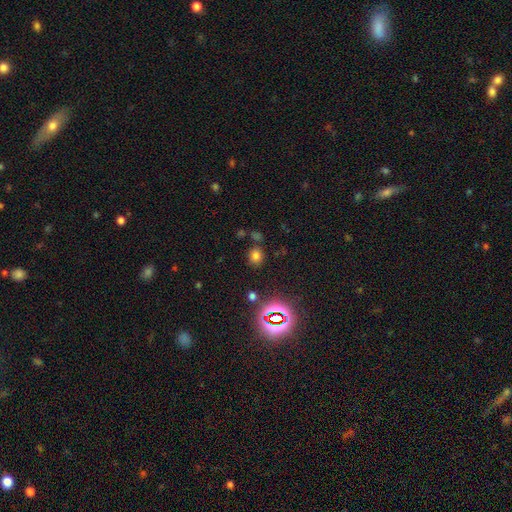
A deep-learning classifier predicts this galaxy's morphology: smooth_or_featured: smooth (p=0.67) [alt: star or artifact p=0.27]
how_rounded: round (p=0.72) [alt: in between p=0.27]
merging: none (p=0.77) [alt: minor disturbance p=0.10]